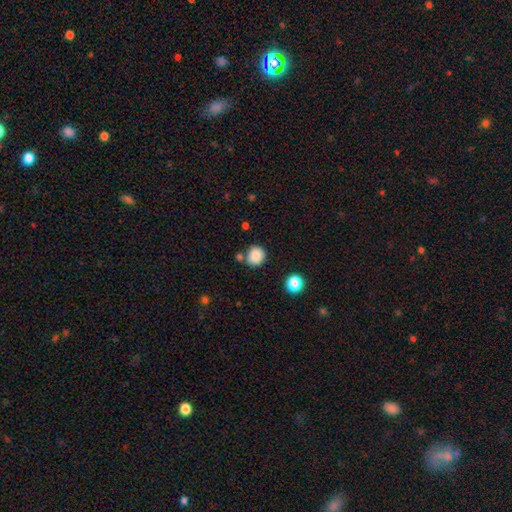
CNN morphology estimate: type=smooth (85%); roundness=round (88%); merging=none (76%).